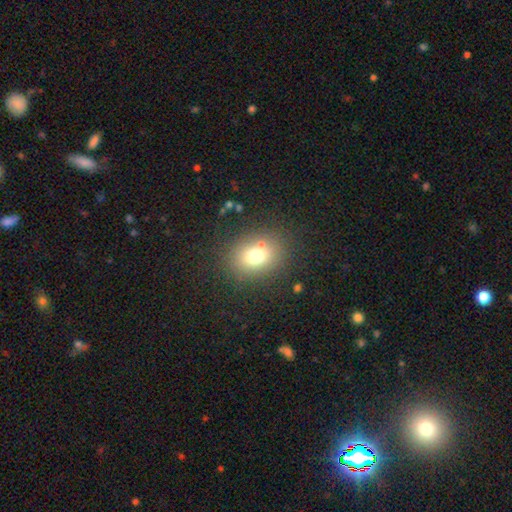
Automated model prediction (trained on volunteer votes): Smooth or featured? smooth (71%)
How rounded? round (56%)
Merging? none (76%)